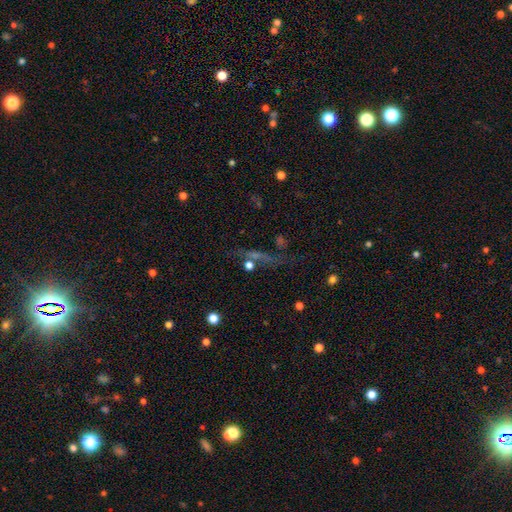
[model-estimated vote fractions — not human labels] Smooth or featured?
  - star or artifact: 37% *
  - featured or disk: 32%
  - smooth: 31%